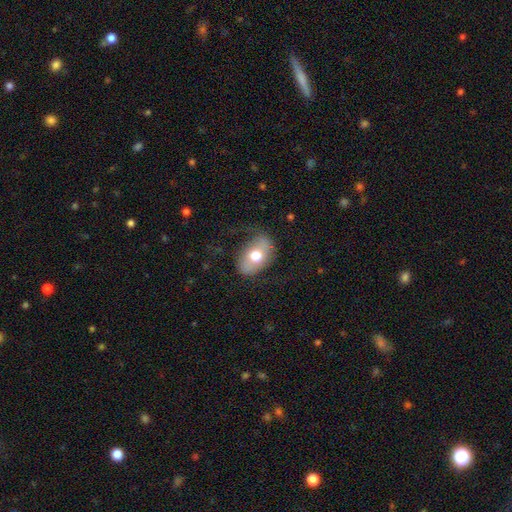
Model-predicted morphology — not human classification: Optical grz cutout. It shows a smooth galaxy with no disk features (59%) that is in between round and cigar-shaped (86%). Merging: none (66%).